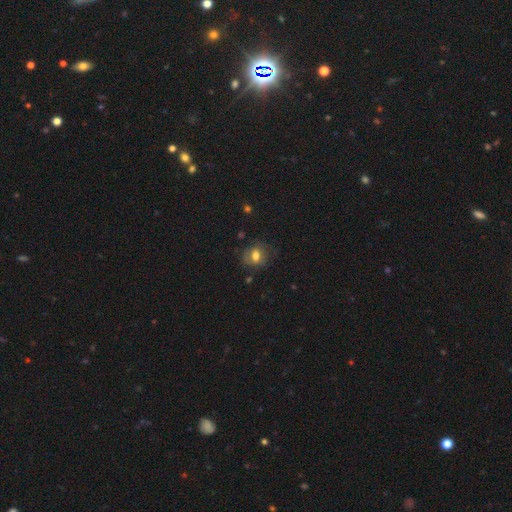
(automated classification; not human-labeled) Smooth or featured?
  - smooth: 61% *
  - featured or disk: 29%
  - star or artifact: 11%
How rounded?
  - in between: 50% *
  - round: 49%
  - cigar-shaped: 1%
Merging?
  - none: 63% *
  - minor disturbance: 22%
  - major disturbance: 12%
  - merger: 2%